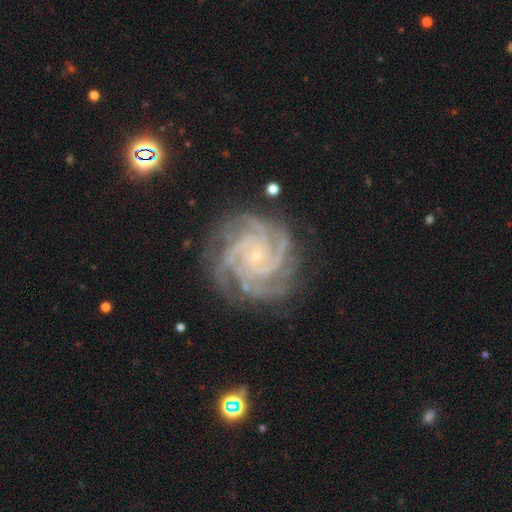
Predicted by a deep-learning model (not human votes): smooth_or_featured: featured or disk (p=0.92) [alt: star or artifact p=0.05]
disk_edge_on: no (p=0.98) [alt: yes p=0.02]
bar: no (p=0.76) [alt: weak p=0.17]
has_spiral_arms: yes (p=0.99) [alt: no p=0.01]
spiral_winding: tight (p=0.73) [alt: medium p=0.24]
spiral_arm_count: 4 (p=0.42) [alt: 3 p=0.17]
bulge_size: small (p=0.89) [alt: moderate p=0.07]
merging: none (p=0.80) [alt: minor disturbance p=0.14]